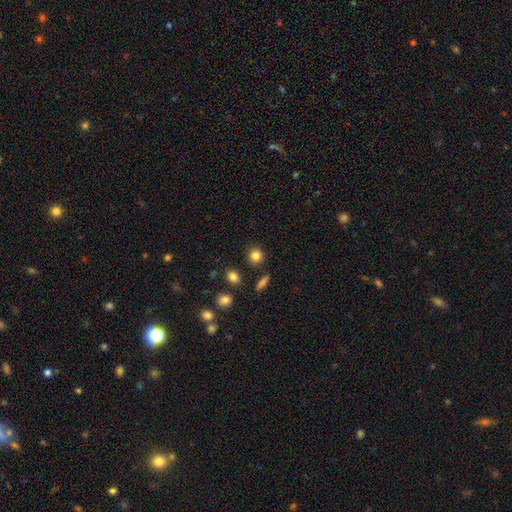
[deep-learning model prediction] Morphology: type=smooth (84%); roundness=round (87%); merging=none (86%).